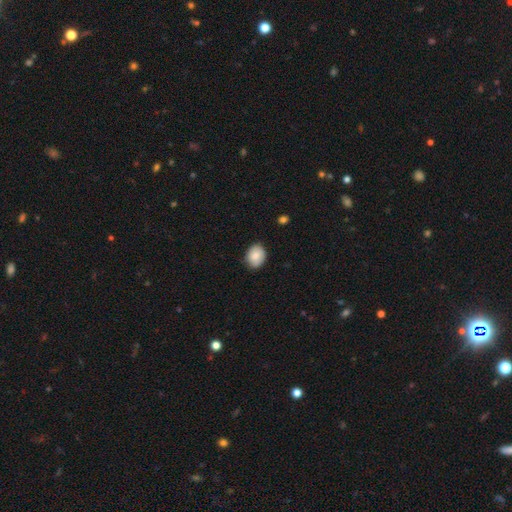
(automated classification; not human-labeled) Smooth or featured? smooth (81%)
How rounded? in between (51%)
Merging? none (80%)